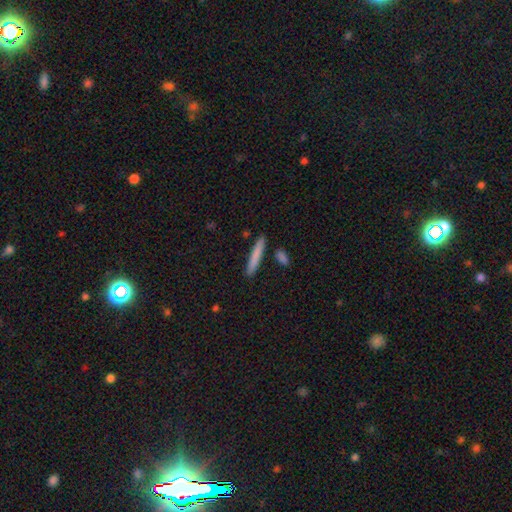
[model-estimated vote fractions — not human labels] Smooth or featured? Predicted: smooth (p=0.79). How rounded? Predicted: cigar-shaped (p=0.94). Merging? Predicted: none (p=0.87).